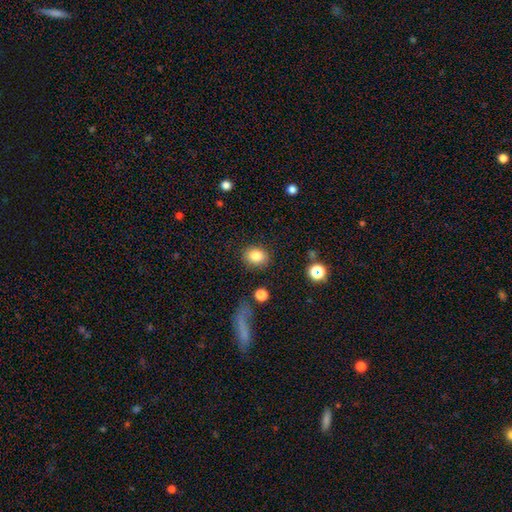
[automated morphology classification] smooth_or_featured: smooth (p=0.83) [alt: star or artifact p=0.10]
how_rounded: round (p=0.57) [alt: in between p=0.42]
merging: none (p=0.85) [alt: minor disturbance p=0.09]